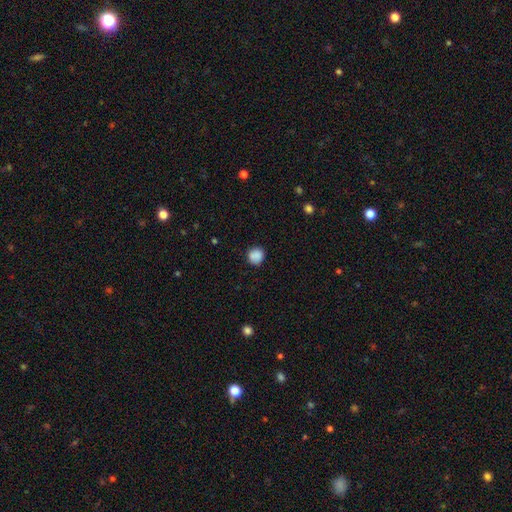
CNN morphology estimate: Smooth or featured? Predicted: smooth (p=0.88). How rounded? Predicted: round (p=0.89). Merging? Predicted: none (p=0.87).